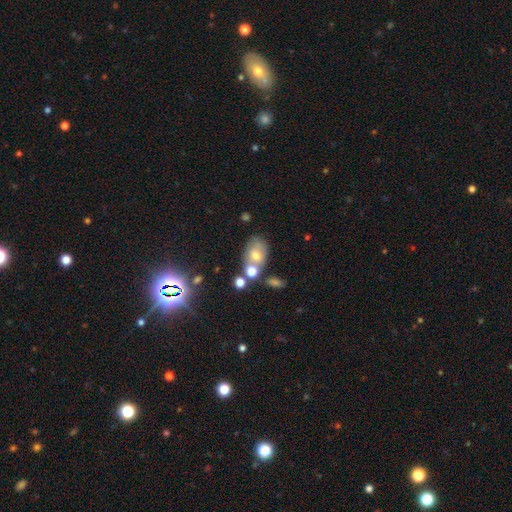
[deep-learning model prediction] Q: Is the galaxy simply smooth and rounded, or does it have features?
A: smooth — 64%.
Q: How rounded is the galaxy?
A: in between — 78%.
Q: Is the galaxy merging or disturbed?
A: none — 46%.